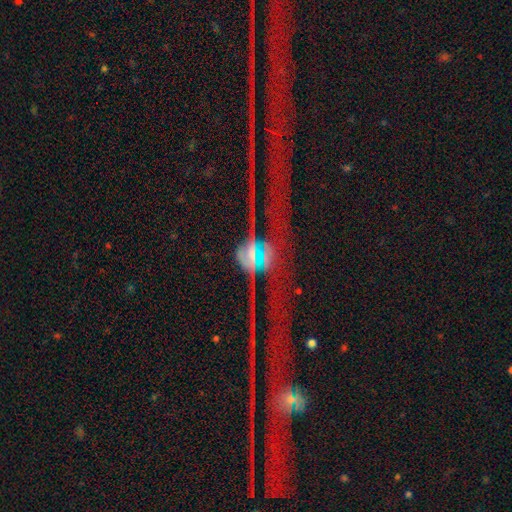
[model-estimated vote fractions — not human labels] Smooth or featured? featured or disk (47%)
Merging? none (39%)